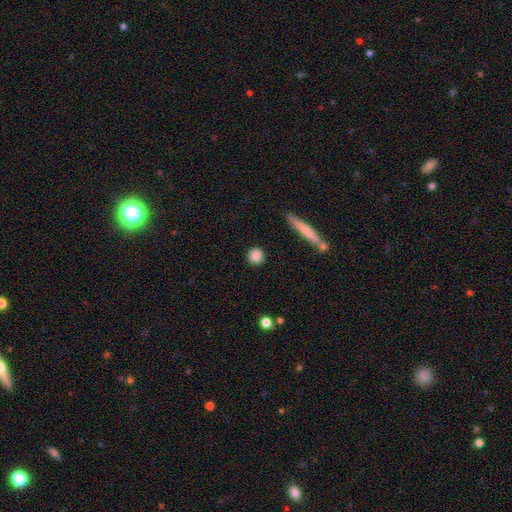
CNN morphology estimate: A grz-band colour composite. It shows a smooth galaxy with no disk features (86%) that is round (90%). Merging: none (89%).